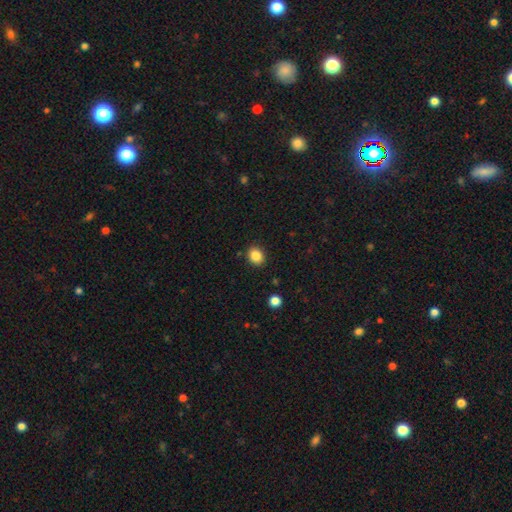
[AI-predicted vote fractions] This appears to be a smooth galaxy with no disk features (86%) that is round (51%). Merging: none (88%).